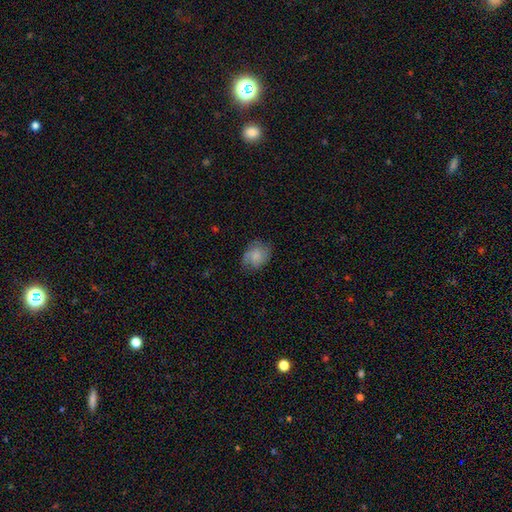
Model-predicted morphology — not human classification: smooth 71%, featured or disk 22%, star or artifact 8%. Down the decision tree: how rounded — in between (55%); merging — none (67%).